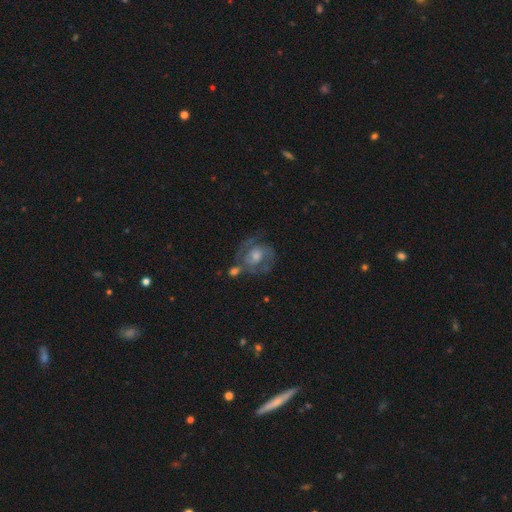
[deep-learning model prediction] Q: Smooth or featured?
A: featured or disk (73%); runner-up: smooth (17%)
Q: Edge-on disk?
A: no (97%); runner-up: yes (3%)
Q: Bar?
A: no (64%); runner-up: weak (30%)
Q: Spiral arms?
A: yes (82%); runner-up: no (18%)
Q: Spiral winding?
A: tight (45%); runner-up: medium (43%)
Q: Spiral arm count?
A: 2 (54%); runner-up: can't tell (26%)
Q: Bulge size?
A: moderate (55%); runner-up: small (27%)
Q: Merging?
A: none (62%); runner-up: minor disturbance (18%)